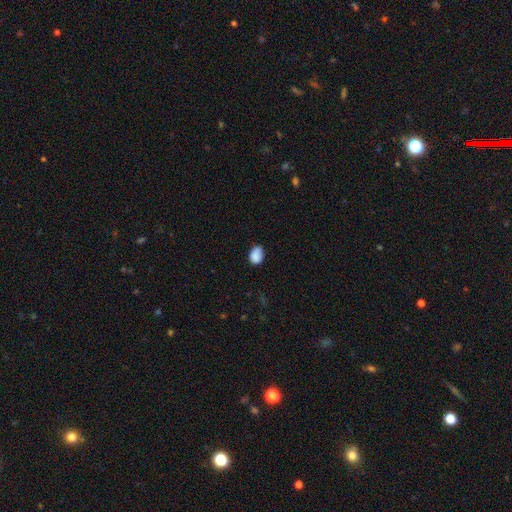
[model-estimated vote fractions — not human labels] Overall: smooth (86%). How rounded: in between (71%). Merging: none (62%; minor disturbance 29%).